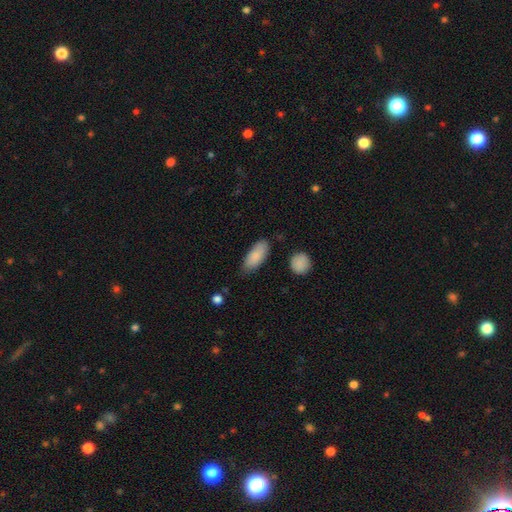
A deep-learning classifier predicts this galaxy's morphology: The model was most divided on "merging": none: 74%, minor disturbance: 20%, major disturbance: 4%, merger: 2%. More confident: smooth or featured — smooth (86%); how rounded — in between (82%).